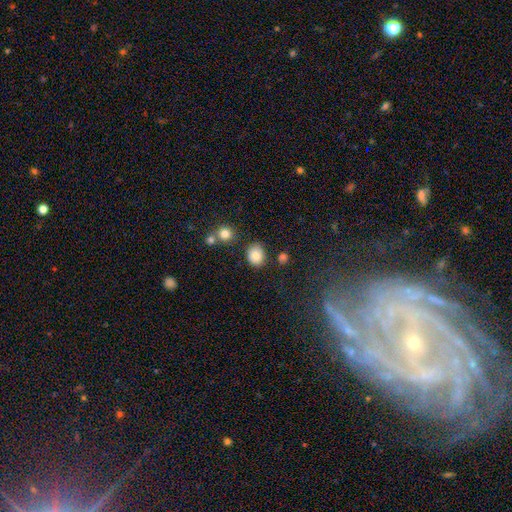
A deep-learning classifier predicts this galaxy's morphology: The model was most divided on "how rounded": round: 55%, in between: 44%, cigar-shaped: 1%. More confident: smooth or featured — smooth (83%); merging — none (79%).